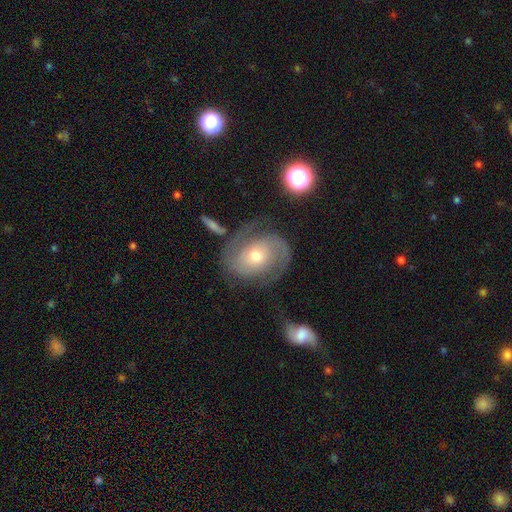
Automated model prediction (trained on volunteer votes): featured or disk 85%, smooth 9%, star or artifact 6%. Down the decision tree: edge-on disk — no (97%); bar — no (68%); spiral arms — yes (96%); spiral arm count — 2 (90%); spiral winding — medium (45%); bulge size — moderate (55%); merging — none (69%).